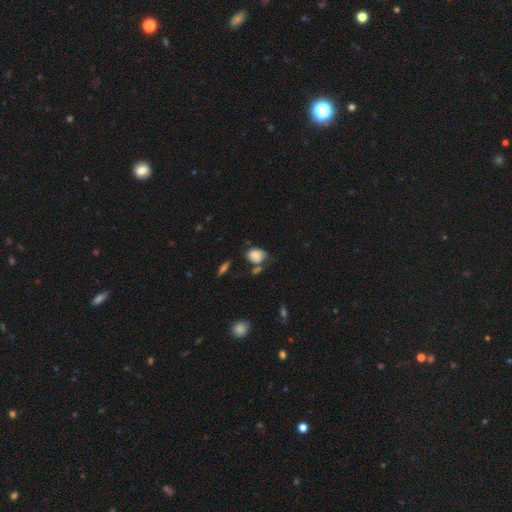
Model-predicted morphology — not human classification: This appears to be a smooth galaxy with no disk features (81%) that is in between round and cigar-shaped (58%). Merging: none (51%).